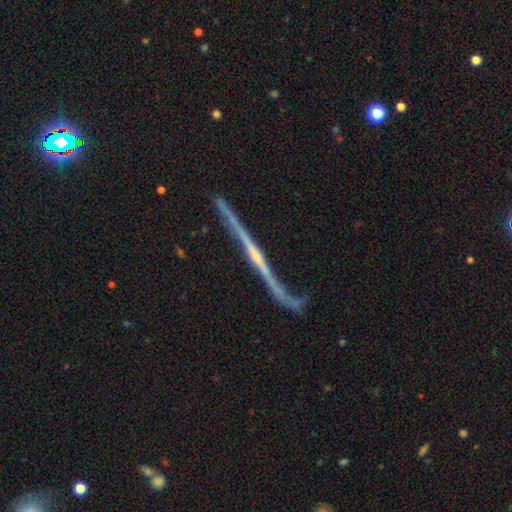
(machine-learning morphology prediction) Overall: featured or disk (80%). Edge-on disk: yes (87%). Edge-on bulge: none (61%; rounded 30%). Merging: none (55%; minor disturbance 24%).